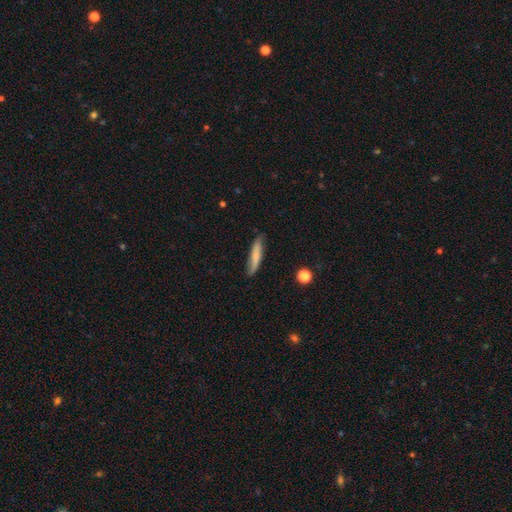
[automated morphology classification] Smooth or featured? smooth (68%)
How rounded? cigar-shaped (86%)
Merging? none (77%)